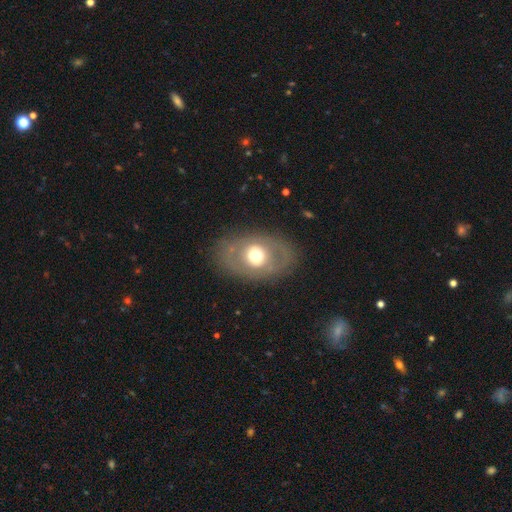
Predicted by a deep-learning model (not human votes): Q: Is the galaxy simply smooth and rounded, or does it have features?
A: featured or disk — 47%.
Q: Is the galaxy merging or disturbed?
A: none — 80%.